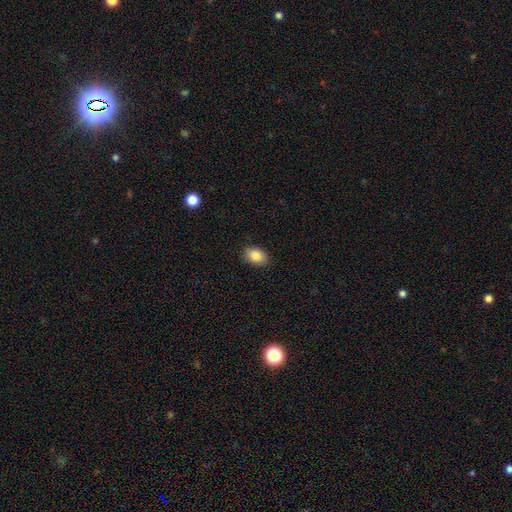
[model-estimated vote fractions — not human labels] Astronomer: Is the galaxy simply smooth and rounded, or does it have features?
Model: smooth — 87%.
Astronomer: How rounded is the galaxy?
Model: in between — 84%.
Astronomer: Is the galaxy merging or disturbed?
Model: none — 88%.